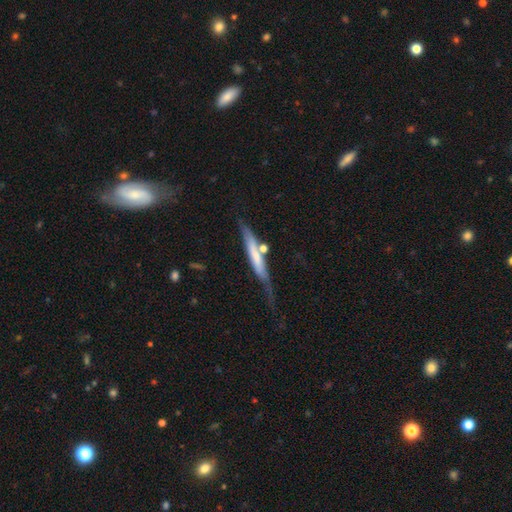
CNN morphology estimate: The model was most divided on "smooth or featured": featured or disk: 49%, smooth: 45%, star or artifact: 6%. Remaining: merging — none (44%).